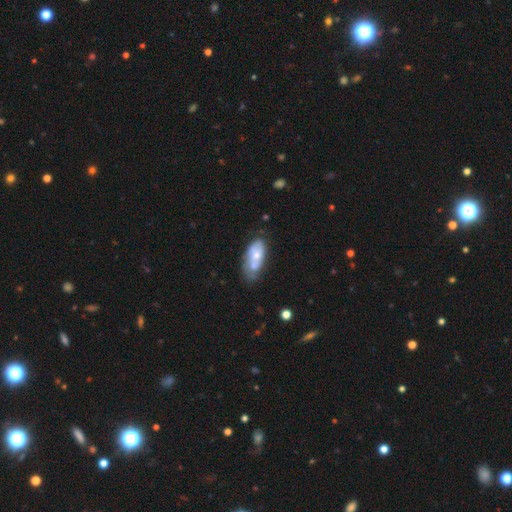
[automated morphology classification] Overall: smooth (51%; featured or disk 43%). How rounded: in between (88%). Merging: none (39%; minor disturbance 28%).